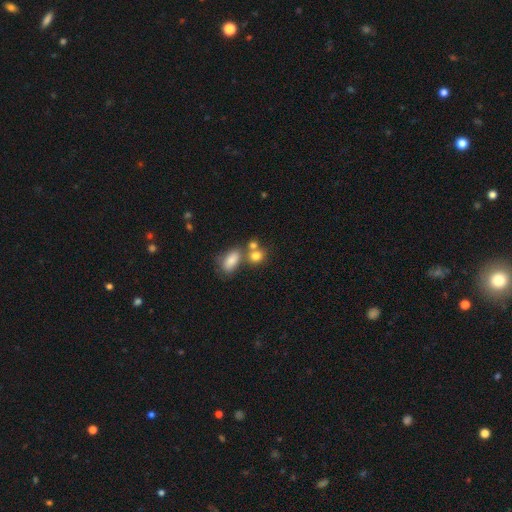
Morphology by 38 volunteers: A smooth galaxy with no disk features (76%) that is round (62%).

Vote fractions:
- Smooth or featured? smooth: 76% / featured or disk: 18% / star or artifact: 5%
- How rounded? round: 62% / in between: 38% / cigar-shaped: 0%
- Merging? none: 56% / merger: 31% / minor disturbance: 11% / major disturbance: 3%